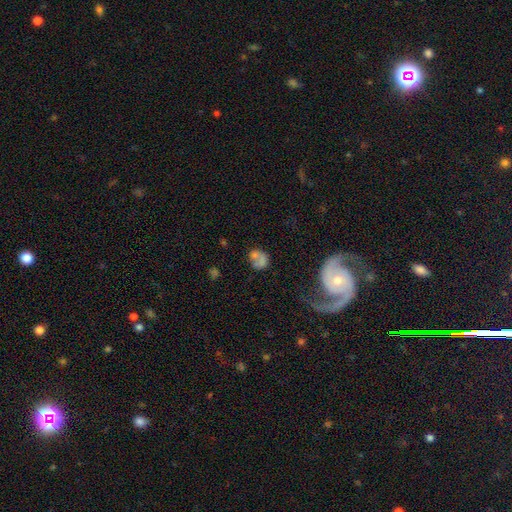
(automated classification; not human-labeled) Overall: smooth (58%; featured or disk 28%). How rounded: round (56%; in between 42%). Merging: merger (35%, tied with none).